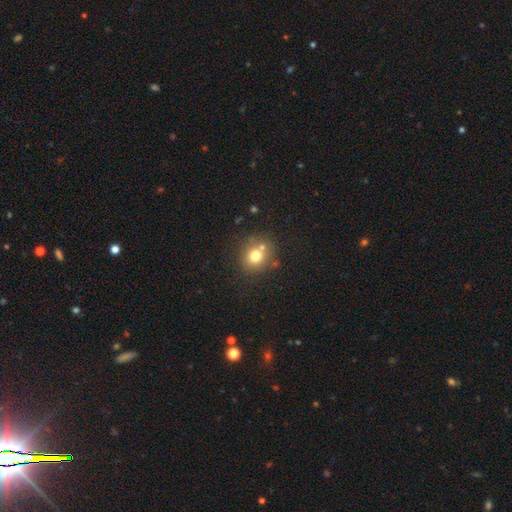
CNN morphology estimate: Overall: smooth (73%). How rounded: round (81%). Merging: none (68%).